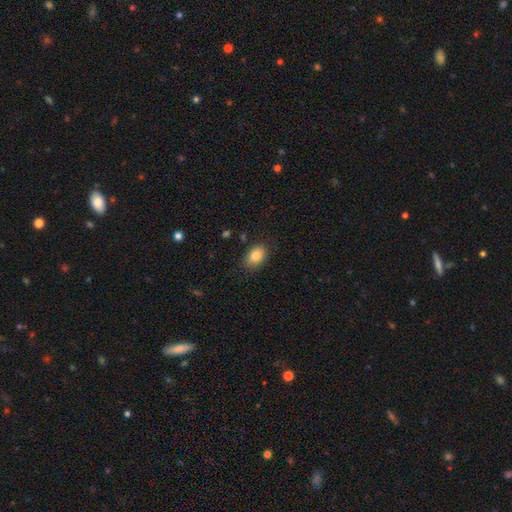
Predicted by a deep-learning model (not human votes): Q: Smooth or featured?
A: smooth (82%); runner-up: featured or disk (9%)
Q: How rounded?
A: in between (80%); runner-up: round (18%)
Q: Merging?
A: none (82%); runner-up: minor disturbance (13%)